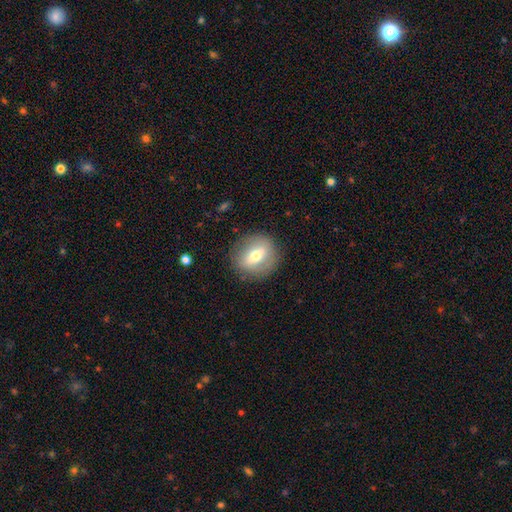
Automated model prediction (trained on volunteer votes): smooth_or_featured: smooth (p=0.52) [alt: featured or disk p=0.39]
how_rounded: round (p=0.77) [alt: in between p=0.21]
merging: none (p=0.85) [alt: minor disturbance p=0.10]